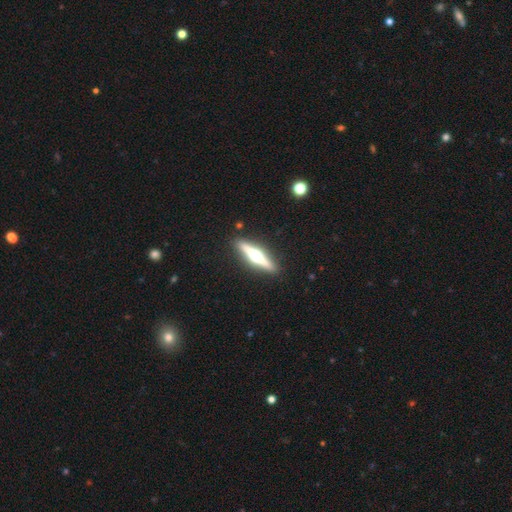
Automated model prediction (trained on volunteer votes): featured or disk 75%, smooth 21%, star or artifact 5%. Down the decision tree: edge-on disk — yes (97%); edge-on bulge — rounded (96%); merging — none (91%).